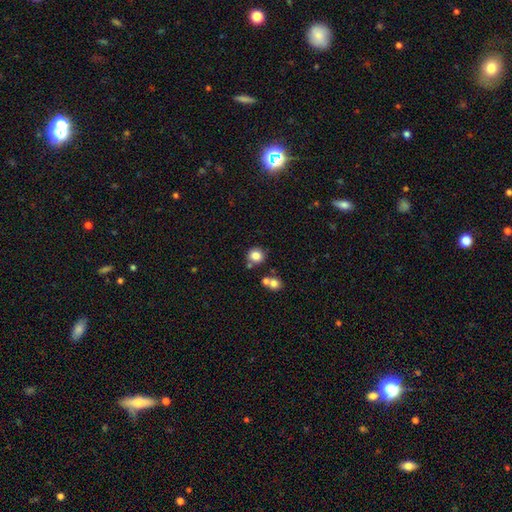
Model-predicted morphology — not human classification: A smooth galaxy with no disk features (82%) that is round (89%).

Vote fractions:
- Smooth or featured? smooth: 82% / star or artifact: 11% / featured or disk: 7%
- How rounded? round: 89% / in between: 11% / cigar-shaped: 1%
- Merging? none: 76% / merger: 11% / minor disturbance: 10% / major disturbance: 3%